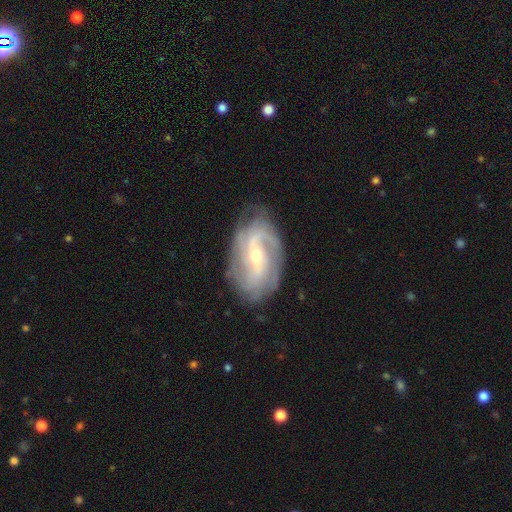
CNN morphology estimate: A featured or disk galaxy (87%) with a weak bar (47%), 2 (45%) medium (41%) spiral arms (95%) and a small central bulge (51%).

Vote fractions:
- Smooth or featured? featured or disk: 87% / smooth: 7% / star or artifact: 6%
- Edge-on disk? no: 96% / yes: 4%
- Bar? weak: 47% / no: 30% / strong: 24%
- Spiral arms? yes: 95% / no: 5%
- Spiral winding? medium: 41% / tight: 35% / loose: 24%
- Spiral arm count? 2: 45% / can't tell: 22% / 3: 16% / 4: 7% / 1: 6% / more than 4: 5%
- Bulge size? small: 51% / moderate: 45% / large: 2% / none: 1% / dominant: 1%
- Merging? none: 73% / minor disturbance: 18% / major disturbance: 7% / merger: 1%